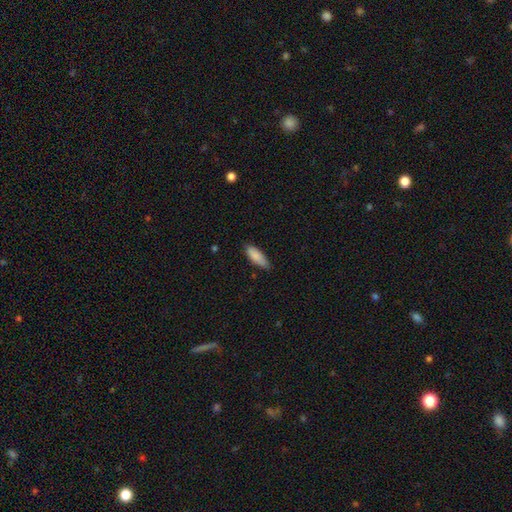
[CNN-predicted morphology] type=smooth (86%); roundness=in between (63%); merging=none (75%).